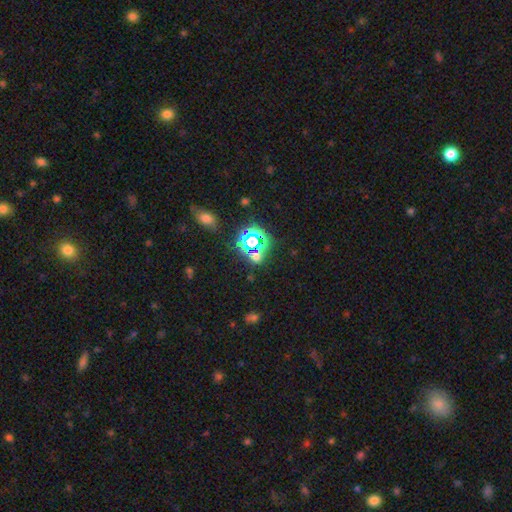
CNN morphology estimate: Smooth or featured? Predicted: star or artifact (p=0.63).